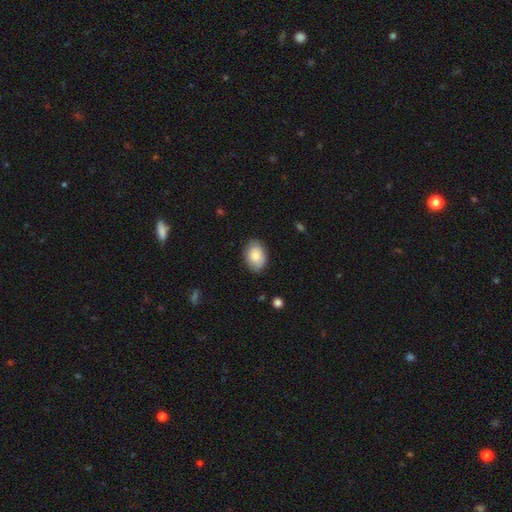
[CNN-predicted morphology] smooth-or-featured: smooth: 82% | featured or disk: 12% | star or artifact: 6%
  how-rounded: in between: 86% | round: 13% | cigar-shaped: 1%
  merging: none: 83% | minor disturbance: 13% | major disturbance: 3% | merger: 1%